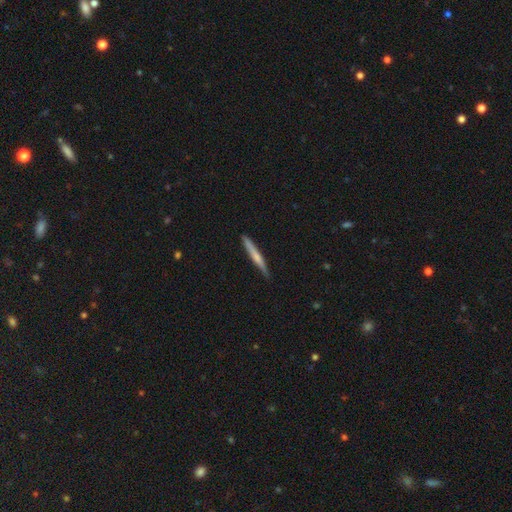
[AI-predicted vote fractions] Overall: smooth (51%; featured or disk 43%). How rounded: cigar-shaped (96%). Merging: none (86%).